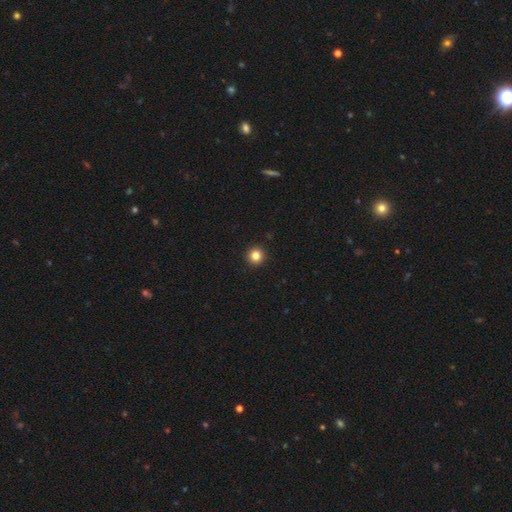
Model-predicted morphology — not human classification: Smooth or featured? Predicted: smooth (p=0.83). How rounded? Predicted: round (p=0.96). Merging? Predicted: none (p=0.94).